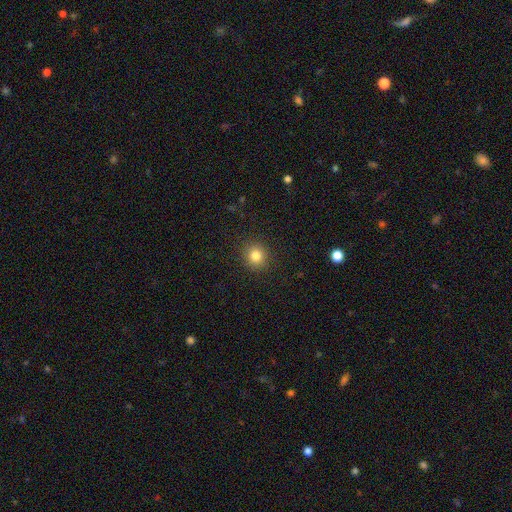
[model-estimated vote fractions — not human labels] Smooth or featured?
  - smooth: 82% *
  - star or artifact: 12%
  - featured or disk: 6%
How rounded?
  - round: 89% *
  - in between: 10%
  - cigar-shaped: 1%
Merging?
  - none: 91% *
  - minor disturbance: 6%
  - major disturbance: 2%
  - merger: 1%